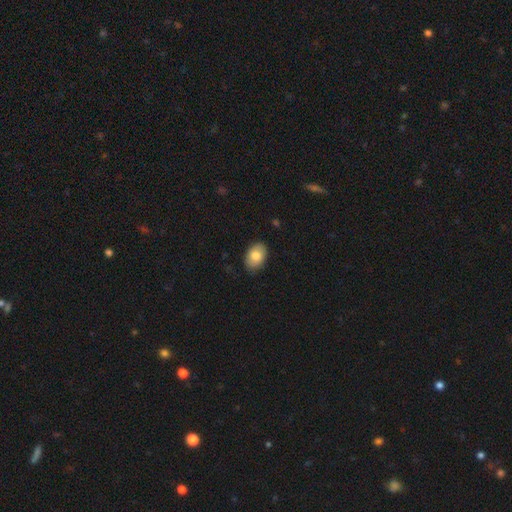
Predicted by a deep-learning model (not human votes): Smooth or featured?
  - smooth: 81% *
  - featured or disk: 12%
  - star or artifact: 7%
How rounded?
  - in between: 83% *
  - round: 16%
  - cigar-shaped: 1%
Merging?
  - none: 86% *
  - minor disturbance: 11%
  - major disturbance: 2%
  - merger: 1%